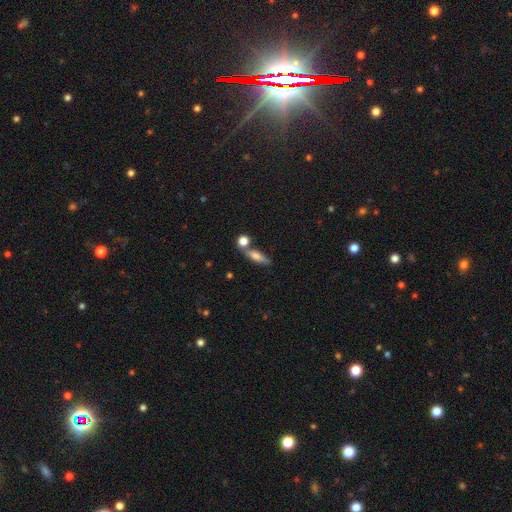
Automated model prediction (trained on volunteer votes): A smooth galaxy with no disk features (70%) that is cigar-shaped (51%). Merging: none (62%).